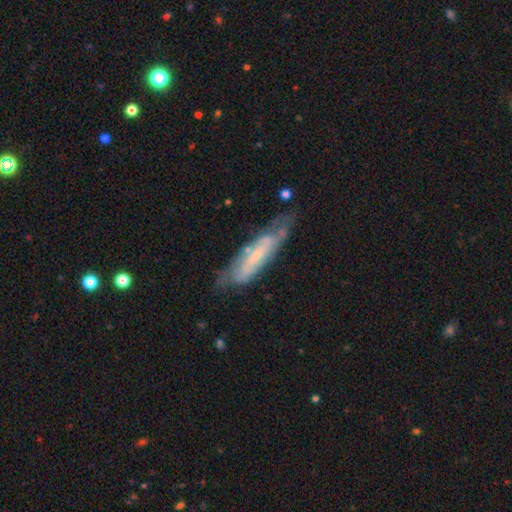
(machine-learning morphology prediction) The model was most divided on "edge-on disk": no: 59%, yes: 41%. More confident: smooth or featured — featured or disk (58%); merging — none (50%).